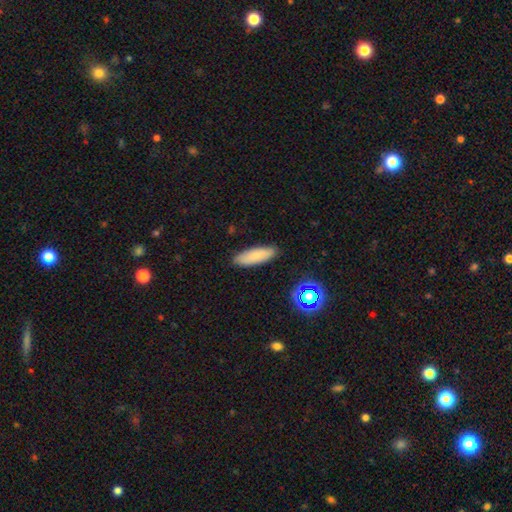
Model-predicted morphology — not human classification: smooth-or-featured: smooth: 82% | featured or disk: 10% | star or artifact: 8%
  how-rounded: in between: 51% | cigar-shaped: 47% | round: 2%
  merging: none: 89% | minor disturbance: 8% | major disturbance: 2% | merger: 1%